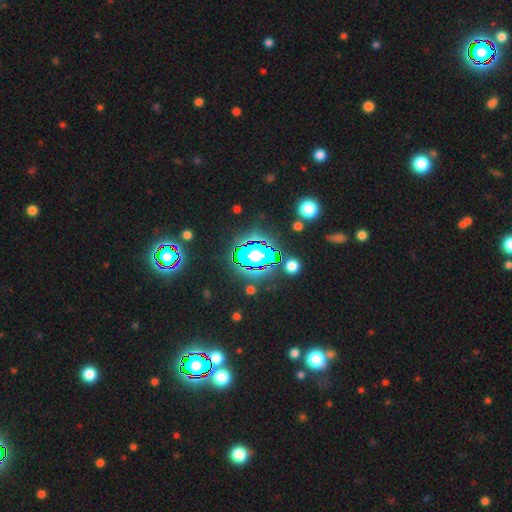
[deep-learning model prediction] Q: Smooth or featured?
A: star or artifact (81%); runner-up: smooth (11%)